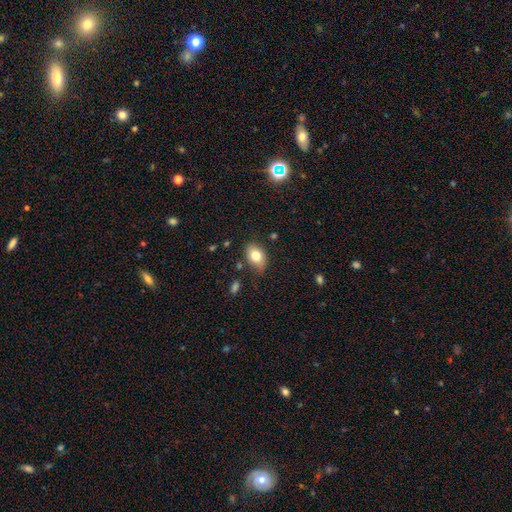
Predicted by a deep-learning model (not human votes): Smooth or featured?
  - smooth: 78% *
  - featured or disk: 14%
  - star or artifact: 8%
How rounded?
  - in between: 84% *
  - round: 14%
  - cigar-shaped: 1%
Merging?
  - none: 74% *
  - minor disturbance: 19%
  - major disturbance: 4%
  - merger: 3%